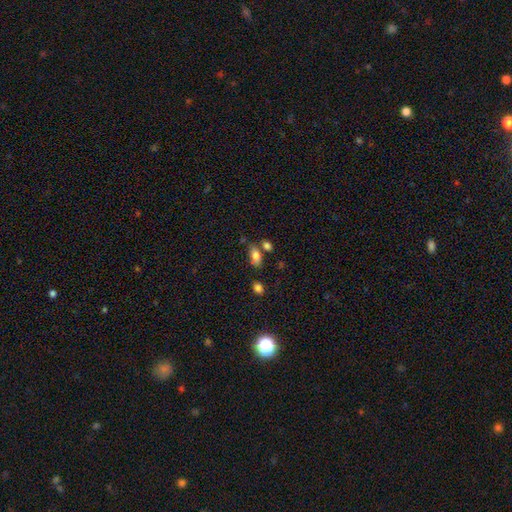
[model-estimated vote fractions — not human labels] Morphology: type=smooth (81%); roundness=in between (89%); merging=none (63%).